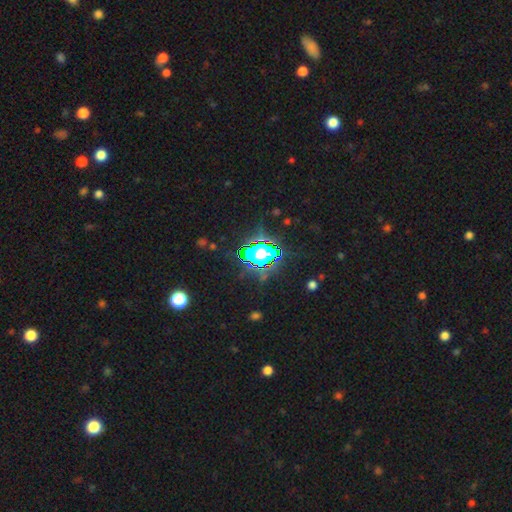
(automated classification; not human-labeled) smooth-or-featured: star or artifact: 69% | smooth: 19% | featured or disk: 12%